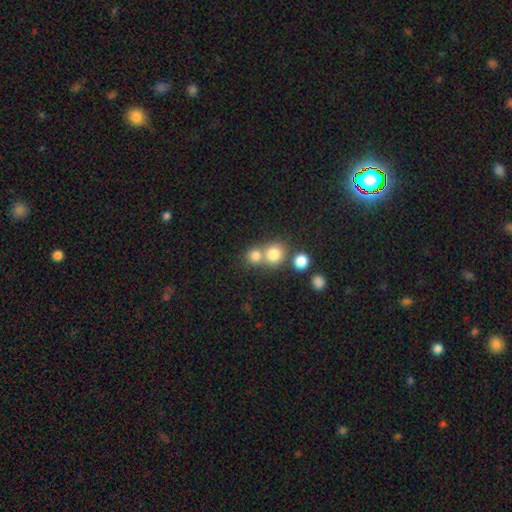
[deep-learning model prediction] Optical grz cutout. It shows a smooth galaxy with no disk features (78%) that is round (86%). Merging: none (48%).